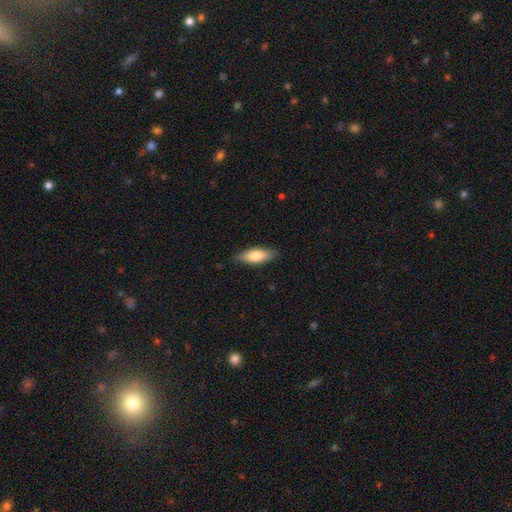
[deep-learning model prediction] Q: Smooth or featured?
A: smooth (73%); runner-up: featured or disk (21%)
Q: How rounded?
A: in between (66%); runner-up: cigar-shaped (32%)
Q: Merging?
A: none (84%); runner-up: minor disturbance (12%)